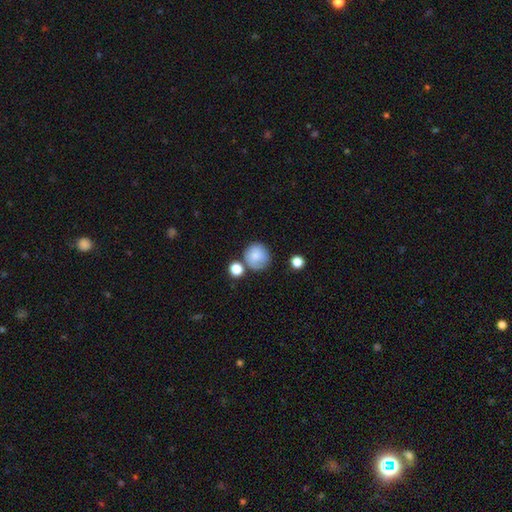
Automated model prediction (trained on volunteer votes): Smooth or featured? Predicted: smooth (p=0.80). How rounded? Predicted: round (p=0.91). Merging? Predicted: none (p=0.67).